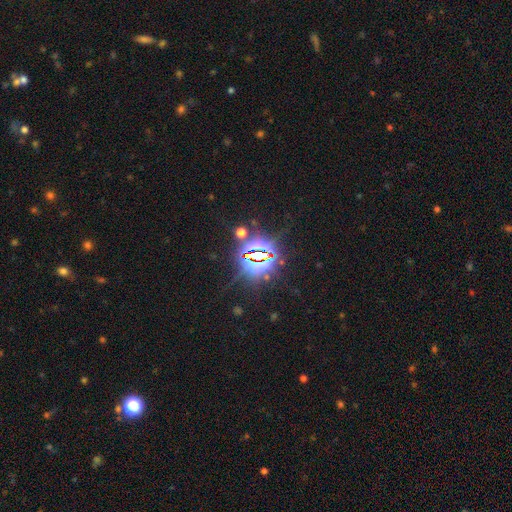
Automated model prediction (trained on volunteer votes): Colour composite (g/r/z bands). It shows a star or artifact, not a galaxy (83%).